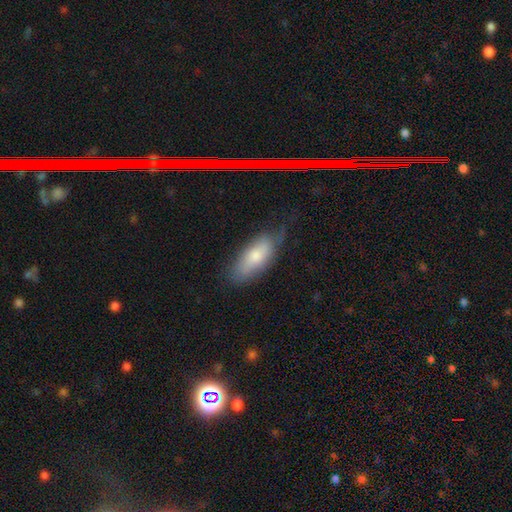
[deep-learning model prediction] Smooth or featured? Predicted: smooth (p=0.67). How rounded? Predicted: in between (p=0.81). Merging? Predicted: none (p=0.58).